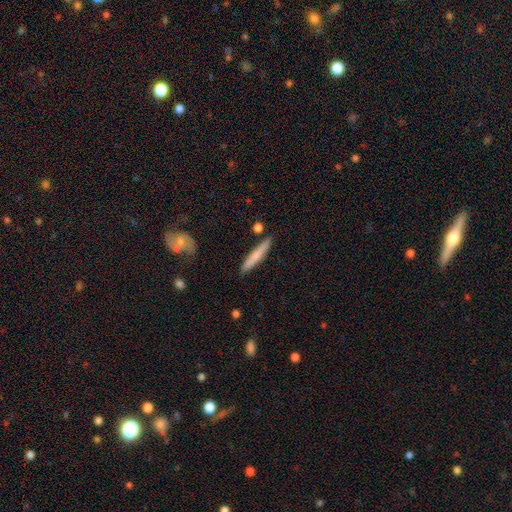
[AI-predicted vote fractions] The model was most divided on "smooth or featured": smooth: 64%, featured or disk: 31%, star or artifact: 6%. More confident: how rounded — cigar-shaped (93%); merging — none (85%).